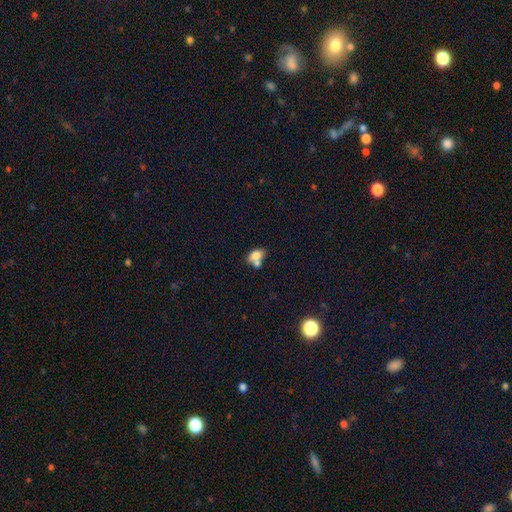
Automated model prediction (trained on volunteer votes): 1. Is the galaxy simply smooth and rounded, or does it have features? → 74% smooth, 16% featured or disk, 9% star or artifact.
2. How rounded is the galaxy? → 82% in between, 16% round, 3% cigar-shaped.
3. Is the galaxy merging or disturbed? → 49% merger, 35% none, 12% minor disturbance, 5% major disturbance.